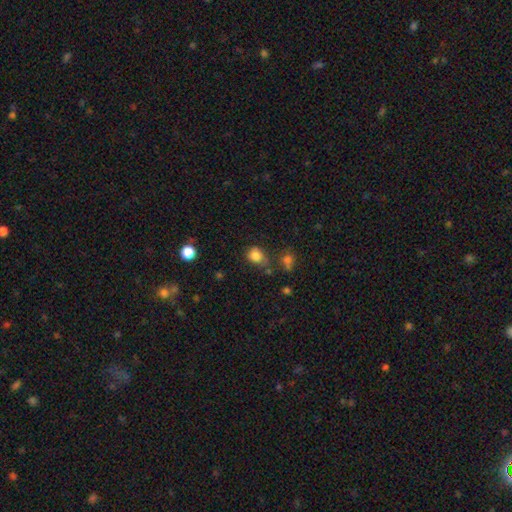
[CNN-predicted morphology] A smooth galaxy with no disk features (82%) that is round (60%).

Vote fractions:
- Smooth or featured? smooth: 82% / star or artifact: 12% / featured or disk: 6%
- How rounded? round: 60% / in between: 39% / cigar-shaped: 1%
- Merging? none: 58% / minor disturbance: 24% / merger: 10% / major disturbance: 8%